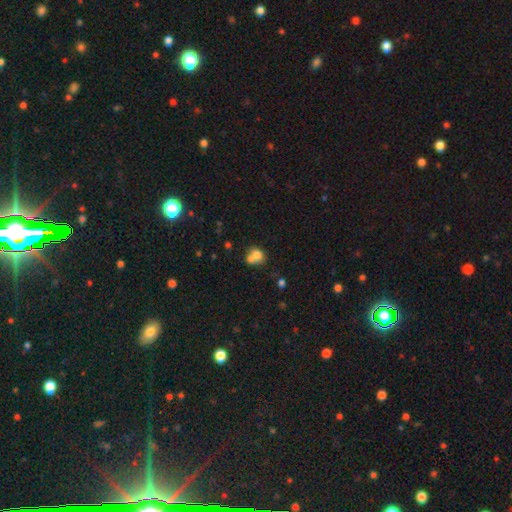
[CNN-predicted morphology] Smooth or featured?
  - smooth: 71% *
  - featured or disk: 18%
  - star or artifact: 11%
How rounded?
  - round: 63% *
  - in between: 36%
  - cigar-shaped: 1%
Merging?
  - merger: 55% *
  - none: 30%
  - minor disturbance: 10%
  - major disturbance: 5%